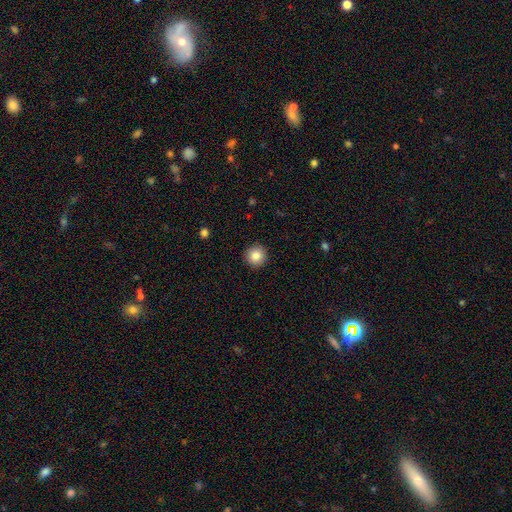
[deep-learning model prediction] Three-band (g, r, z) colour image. It shows a smooth galaxy with no disk features (85%) that is round (96%). Merging: none (92%).